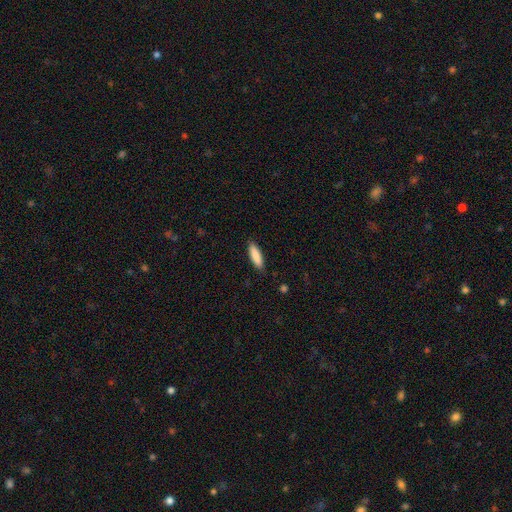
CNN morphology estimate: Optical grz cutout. It shows a smooth galaxy with no disk features (87%) that is cigar-shaped (56%). Merging: none (87%).